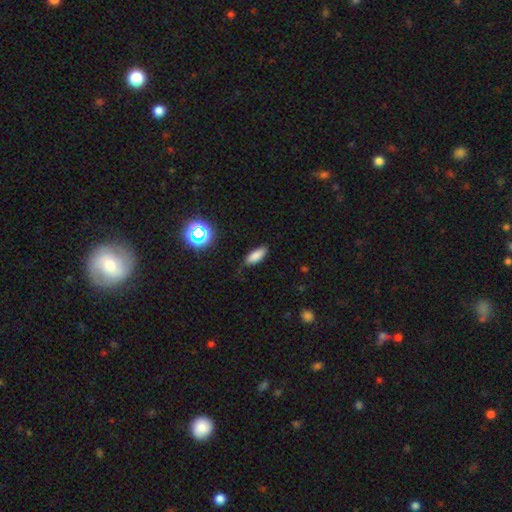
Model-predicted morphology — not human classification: type=smooth (80%); roundness=in between (70%); merging=none (79%).